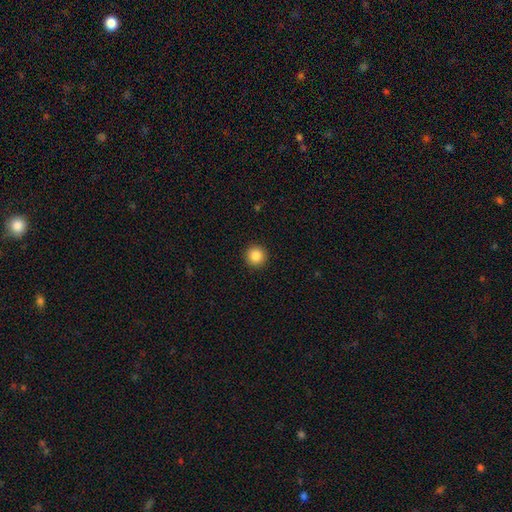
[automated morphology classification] A smooth galaxy with no disk features (86%) that is round (96%). Merging: none (93%).